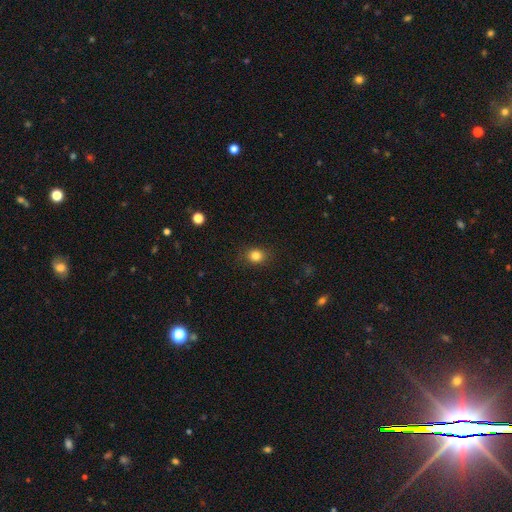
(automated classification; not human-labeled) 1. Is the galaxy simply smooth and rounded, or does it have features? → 83% smooth, 12% star or artifact, 6% featured or disk.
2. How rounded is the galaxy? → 65% round, 34% in between, 1% cigar-shaped.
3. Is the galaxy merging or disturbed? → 85% none, 11% minor disturbance, 3% major disturbance, 1% merger.